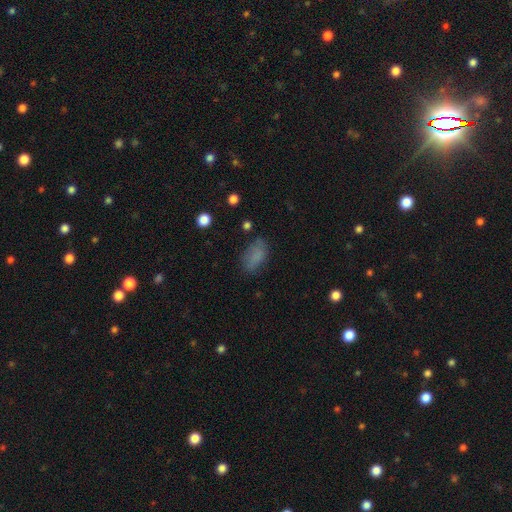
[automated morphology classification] Smooth or featured: smooth — 81% (star or artifact — 11%)
How rounded: in between — 91% (round — 5%)
Merging: none — 72% (minor disturbance — 20%)